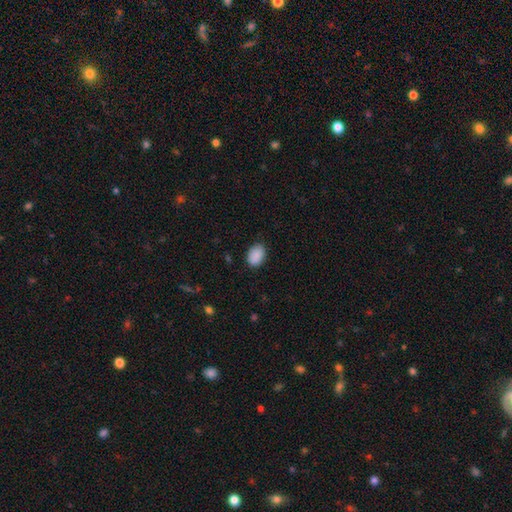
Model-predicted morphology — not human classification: Smooth or featured?
  - smooth: 90% *
  - star or artifact: 7%
  - featured or disk: 3%
How rounded?
  - in between: 79% *
  - round: 20%
  - cigar-shaped: 1%
Merging?
  - none: 81% *
  - minor disturbance: 15%
  - major disturbance: 3%
  - merger: 1%